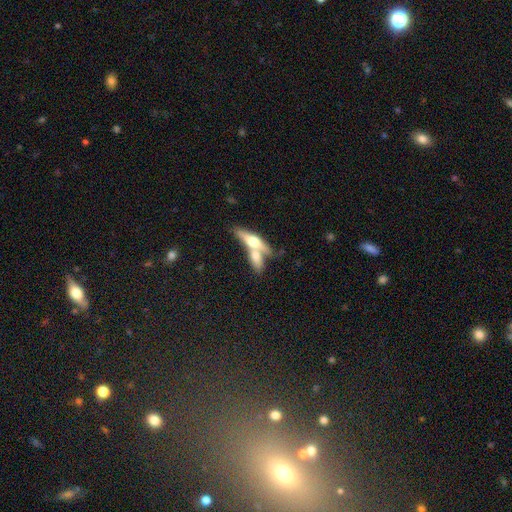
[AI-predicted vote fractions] A smooth galaxy with no disk features (49%).

Vote fractions:
- Smooth or featured? smooth: 49% / featured or disk: 45% / star or artifact: 6%
- Merging? merger: 55% / none: 34% / minor disturbance: 8% / major disturbance: 3%